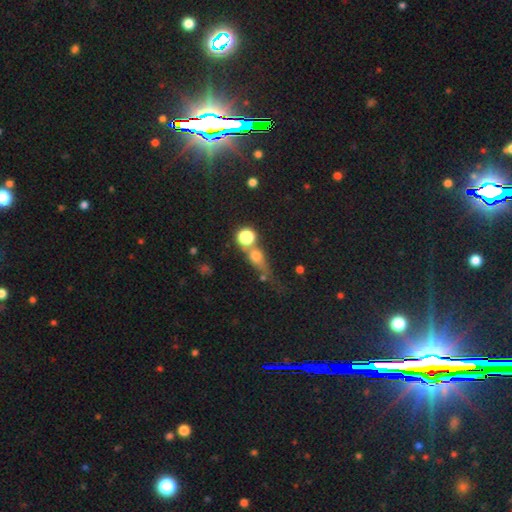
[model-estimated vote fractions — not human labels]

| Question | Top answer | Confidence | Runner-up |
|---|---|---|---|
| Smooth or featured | smooth | 59% | star or artifact (21%) |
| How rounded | round | 55% | in between (27%) |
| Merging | none | 41% | merger (35%) |